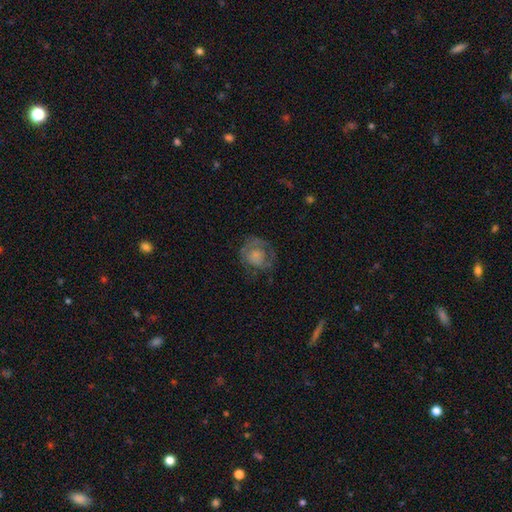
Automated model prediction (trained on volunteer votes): The model was most divided on "smooth or featured": smooth: 48%, featured or disk: 43%, star or artifact: 9%. More confident: merging — none (57%).